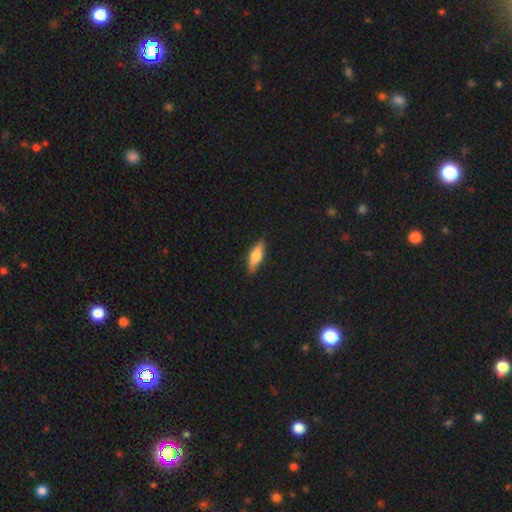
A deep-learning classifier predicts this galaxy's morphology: smooth-or-featured: smooth: 61% | featured or disk: 32% | star or artifact: 6%
  how-rounded: in between: 49% | cigar-shaped: 48% | round: 2%
  merging: none: 85% | minor disturbance: 12% | major disturbance: 2% | merger: 1%